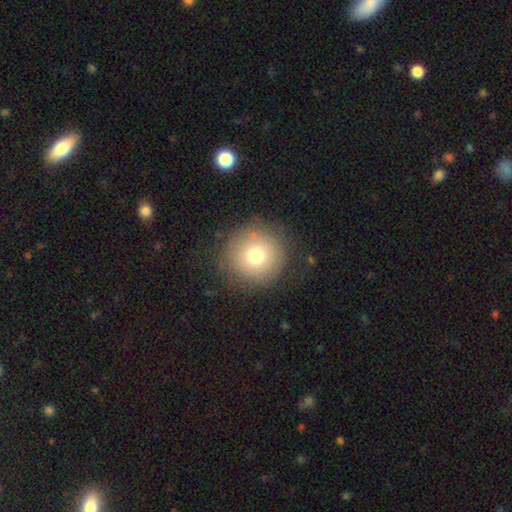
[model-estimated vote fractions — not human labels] Overall: smooth (74%). How rounded: round (96%). Merging: none (86%).